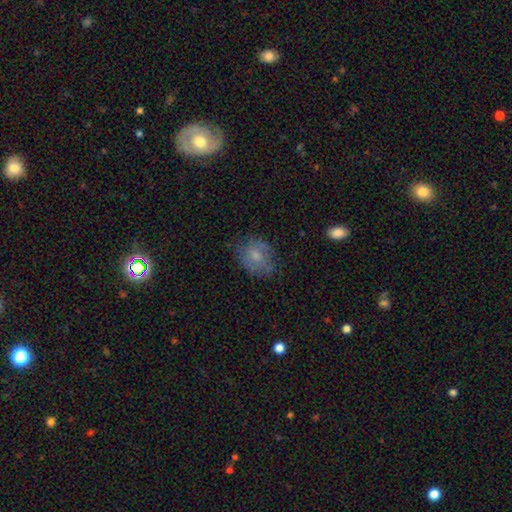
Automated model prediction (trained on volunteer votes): Smooth or featured? smooth (67%)
How rounded? in between (54%)
Merging? none (63%)